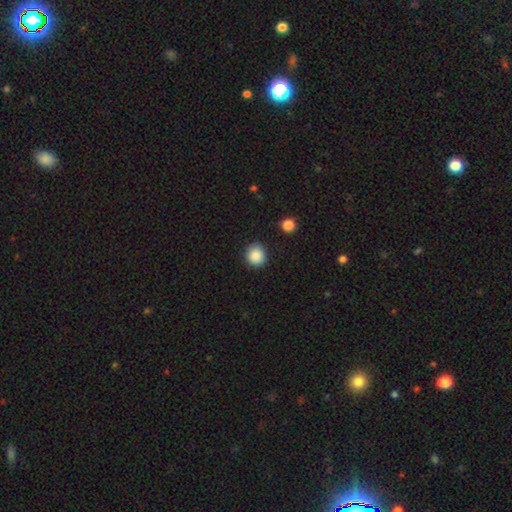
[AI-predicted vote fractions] smooth-or-featured: smooth: 88% | star or artifact: 9% | featured or disk: 3%
  how-rounded: round: 86% | in between: 13% | cigar-shaped: 1%
  merging: none: 87% | minor disturbance: 9% | major disturbance: 2% | merger: 2%